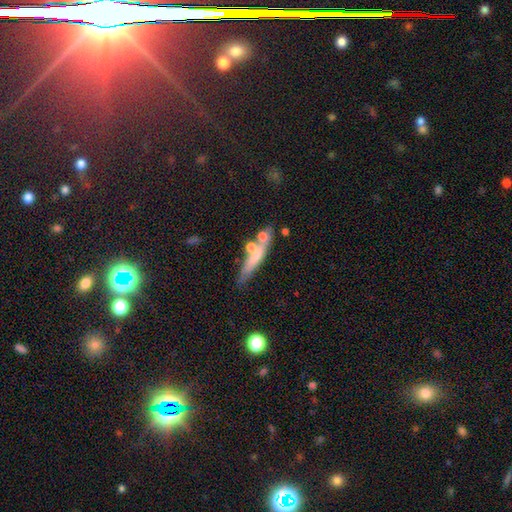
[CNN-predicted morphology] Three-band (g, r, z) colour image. It shows a smooth galaxy with no disk features (58%) that is cigar-shaped (84%). Merging: none (58%).